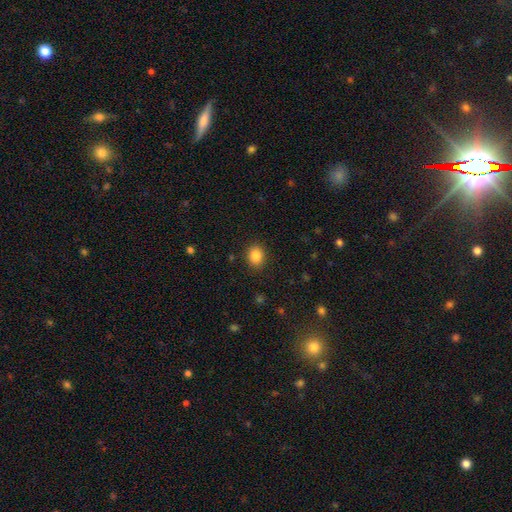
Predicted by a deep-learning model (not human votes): Q: Smooth or featured?
A: smooth (86%); runner-up: star or artifact (10%)
Q: How rounded?
A: round (61%); runner-up: in between (38%)
Q: Merging?
A: none (89%); runner-up: minor disturbance (7%)